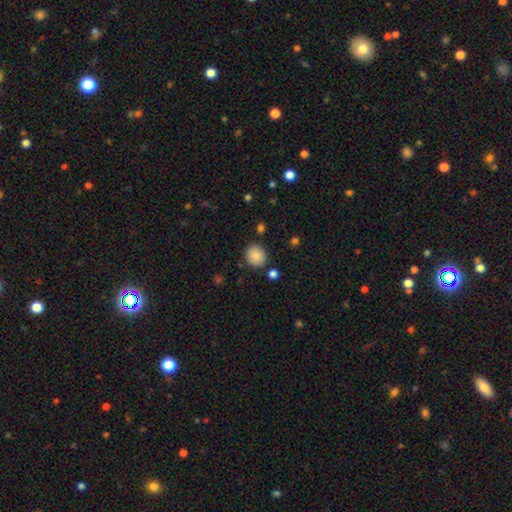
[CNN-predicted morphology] Smooth or featured? smooth (86%)
How rounded? round (80%)
Merging? none (85%)